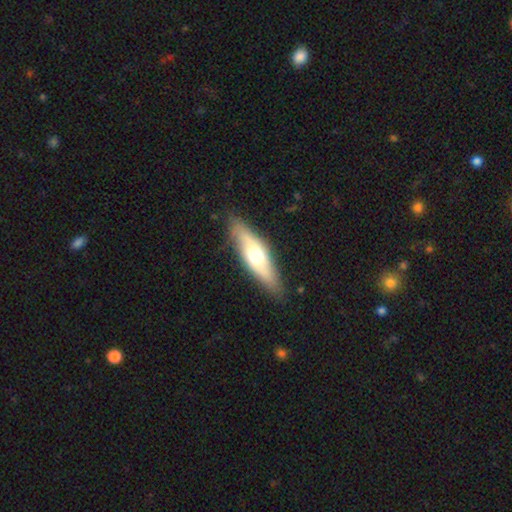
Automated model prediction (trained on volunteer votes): Smooth or featured? Predicted: smooth (p=0.51). How rounded? Predicted: cigar-shaped (p=0.60). Merging? Predicted: none (p=0.83).